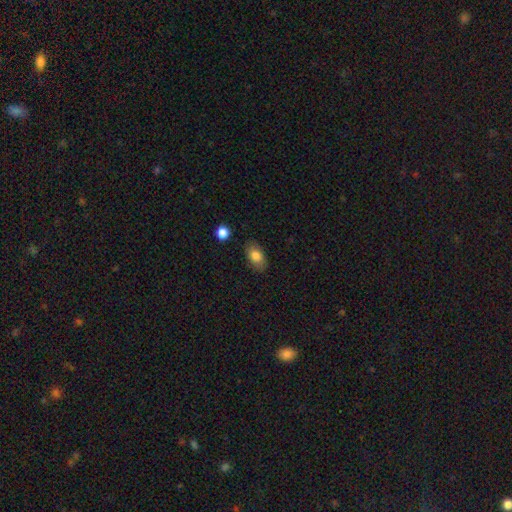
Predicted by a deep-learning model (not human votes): This appears to be a smooth galaxy with no disk features (81%) that is in between round and cigar-shaped (89%). Merging: none (83%).